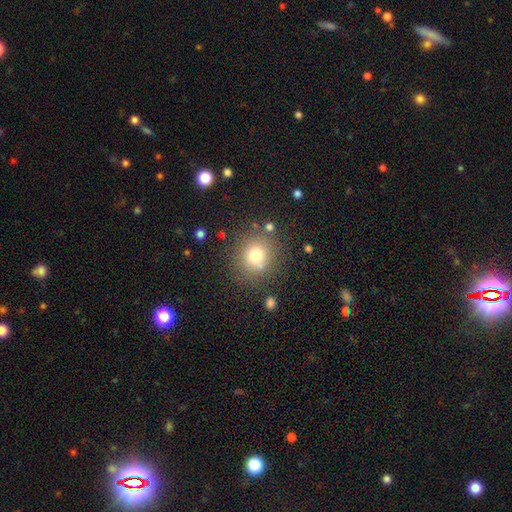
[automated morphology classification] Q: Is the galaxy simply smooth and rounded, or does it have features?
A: smooth — 74%.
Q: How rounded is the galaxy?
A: round — 86%.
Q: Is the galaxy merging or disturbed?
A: none — 79%.